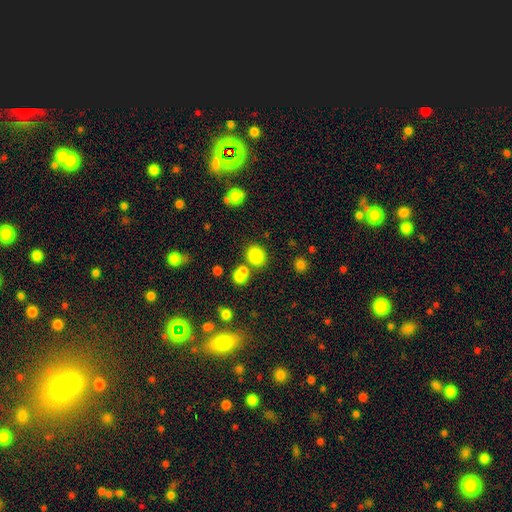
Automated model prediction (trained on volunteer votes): Smooth or featured?
  - smooth: 81% *
  - star or artifact: 13%
  - featured or disk: 7%
How rounded?
  - round: 75% *
  - in between: 24%
  - cigar-shaped: 1%
Merging?
  - none: 72% *
  - merger: 16%
  - minor disturbance: 9%
  - major disturbance: 3%